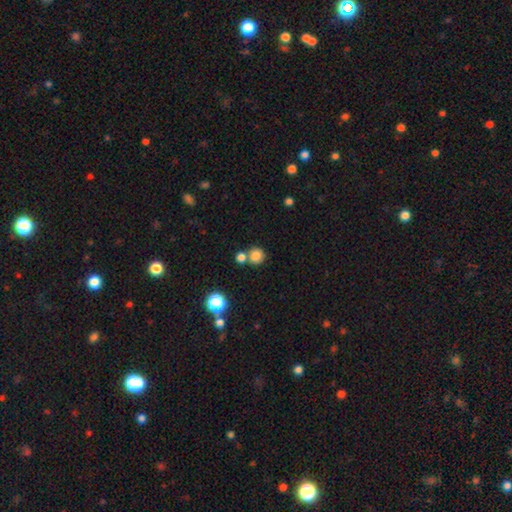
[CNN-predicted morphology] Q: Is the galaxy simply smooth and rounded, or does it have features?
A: smooth — 81%.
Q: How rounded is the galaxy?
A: round — 89%.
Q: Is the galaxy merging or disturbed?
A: none — 61%.